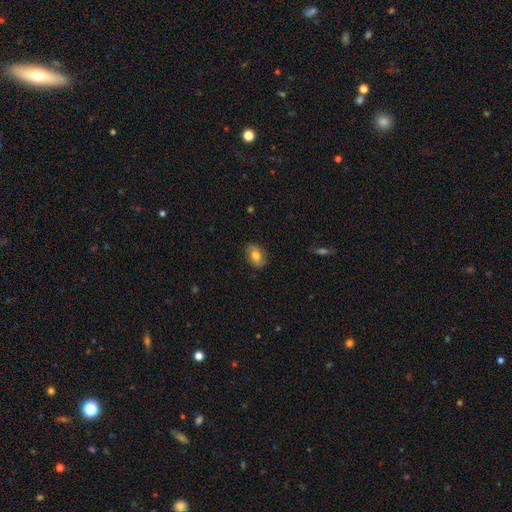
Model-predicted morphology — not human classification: Smooth or featured: smooth — 72% (featured or disk — 21%)
How rounded: in between — 84% (round — 15%)
Merging: none — 83% (minor disturbance — 13%)